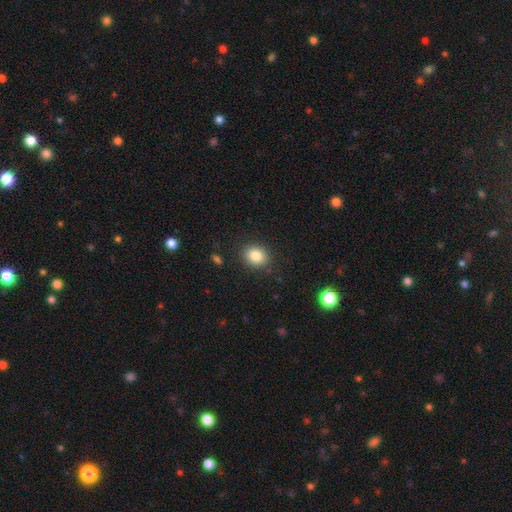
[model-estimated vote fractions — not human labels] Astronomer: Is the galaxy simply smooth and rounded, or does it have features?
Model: smooth — 84%.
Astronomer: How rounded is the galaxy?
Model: round — 61% (runner-up: in between, 38%).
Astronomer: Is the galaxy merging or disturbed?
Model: none — 88%.